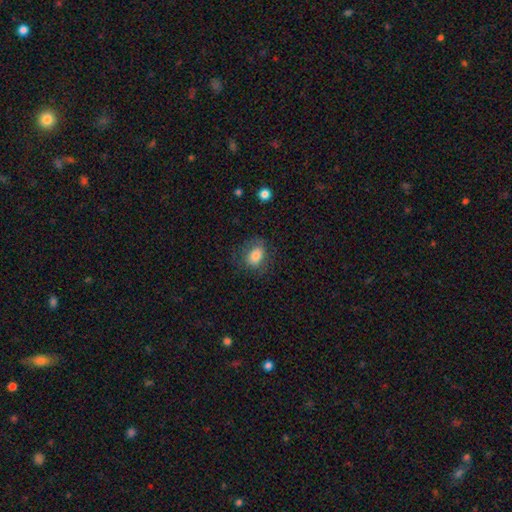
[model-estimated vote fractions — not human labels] This appears to be a smooth galaxy with no disk features (78%) that is in between round and cigar-shaped (69%). Merging: none (71%).